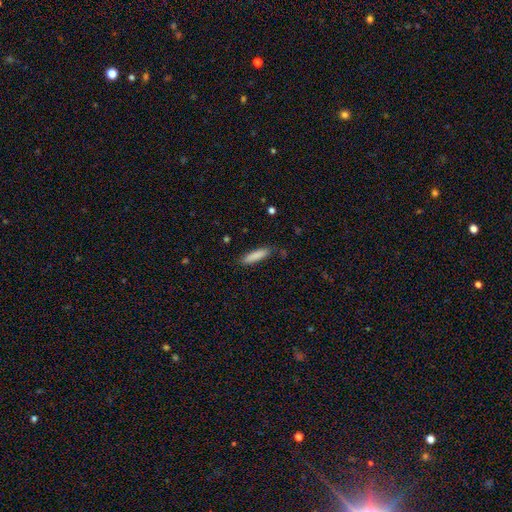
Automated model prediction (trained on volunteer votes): A smooth galaxy with no disk features (86%) that is cigar-shaped (76%).

Vote fractions:
- Smooth or featured? smooth: 86% / featured or disk: 8% / star or artifact: 7%
- How rounded? cigar-shaped: 76% / in between: 23% / round: 1%
- Merging? none: 84% / minor disturbance: 12% / major disturbance: 2% / merger: 2%